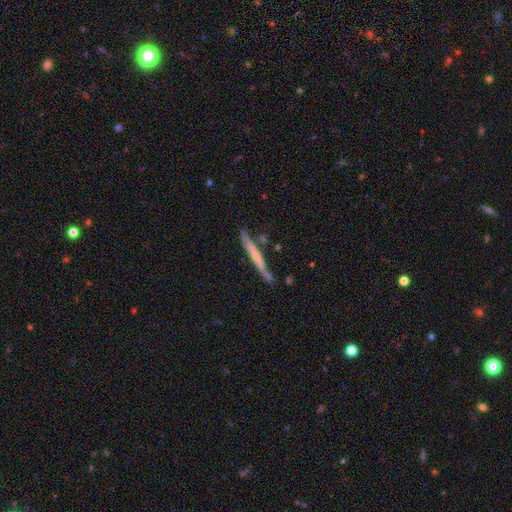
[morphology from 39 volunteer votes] smooth_or_featured: featured or disk (p=0.54) [alt: smooth p=0.44]
disk_edge_on: yes (p=0.95) [alt: no p=0.05]
edge_on_bulge: none (p=0.50) [alt: boxy p=0.30]
merging: none (p=0.58) [alt: minor disturbance p=0.29]